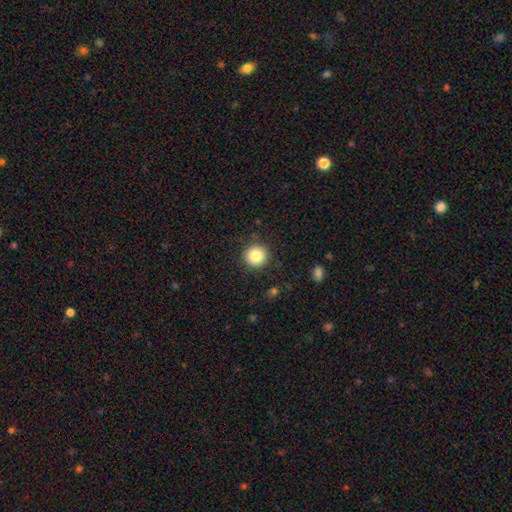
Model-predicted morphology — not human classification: smooth-or-featured: smooth: 85% | star or artifact: 10% | featured or disk: 6%
  how-rounded: round: 95% | in between: 5% | cigar-shaped: 1%
  merging: none: 89% | minor disturbance: 7% | major disturbance: 3% | merger: 1%